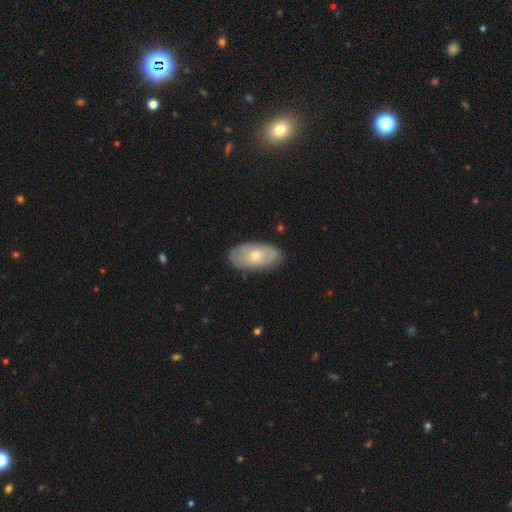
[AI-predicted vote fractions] smooth-or-featured: featured or disk: 49% | smooth: 45% | star or artifact: 7%
  merging: none: 81% | minor disturbance: 15% | major disturbance: 3% | merger: 1%